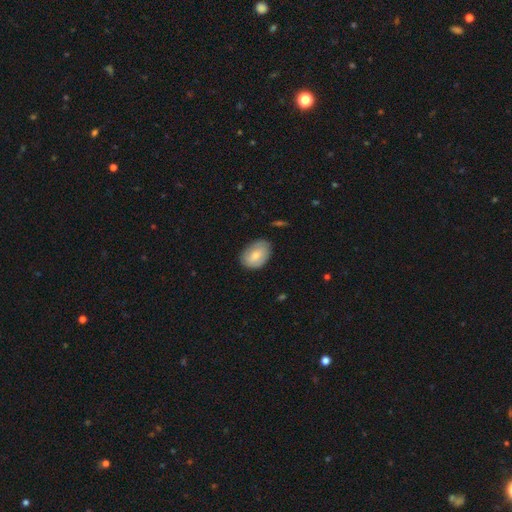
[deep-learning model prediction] Smooth or featured? Predicted: smooth (p=0.71). How rounded? Predicted: in between (p=0.80). Merging? Predicted: none (p=0.77).